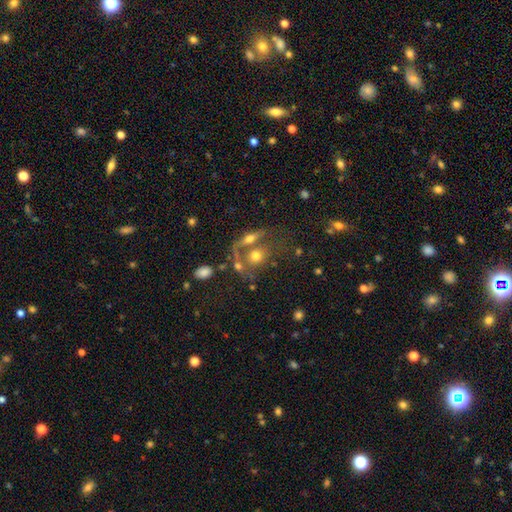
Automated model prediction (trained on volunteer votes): The model was most divided on "merging": merger: 41%, none: 37%, minor disturbance: 11%, major disturbance: 11%. More confident: how rounded — round (58%); smooth or featured — smooth (56%).